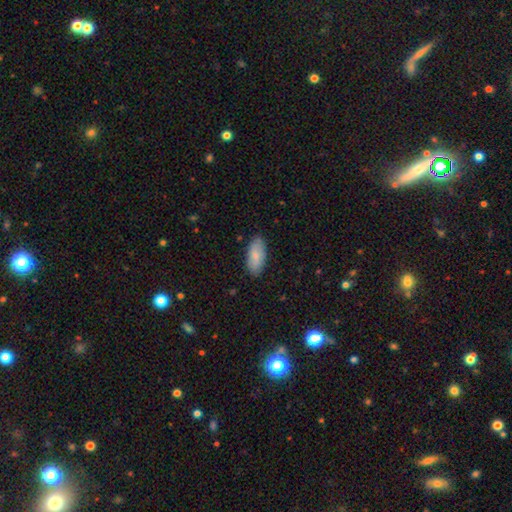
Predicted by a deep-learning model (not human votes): Overall: smooth (81%). How rounded: in between (90%). Merging: none (84%).